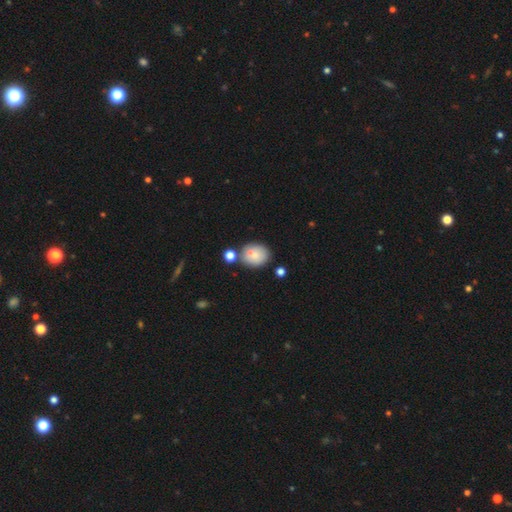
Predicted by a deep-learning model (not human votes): Smooth or featured? smooth (78%)
How rounded? round (55%)
Merging? none (64%)